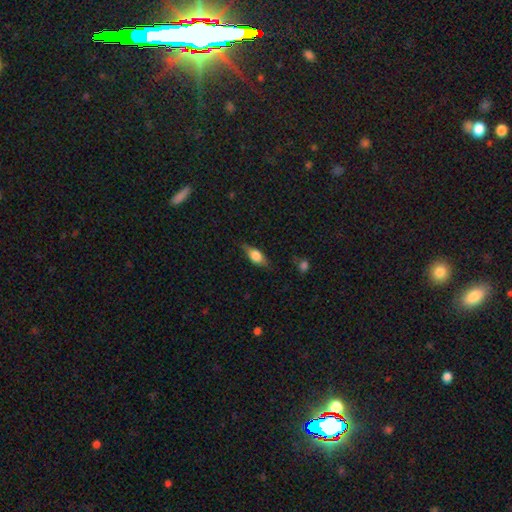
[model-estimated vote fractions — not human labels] Morphology: type=smooth (62%); roundness=in between (75%); merging=none (70%).